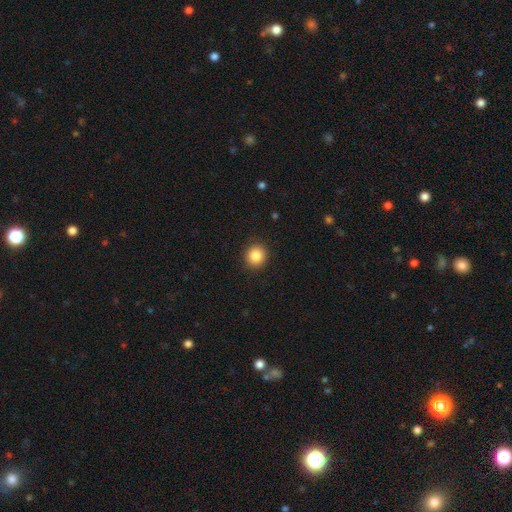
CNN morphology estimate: smooth 86%, star or artifact 10%, featured or disk 5%. Down the decision tree: how rounded — round (91%); merging — none (91%).